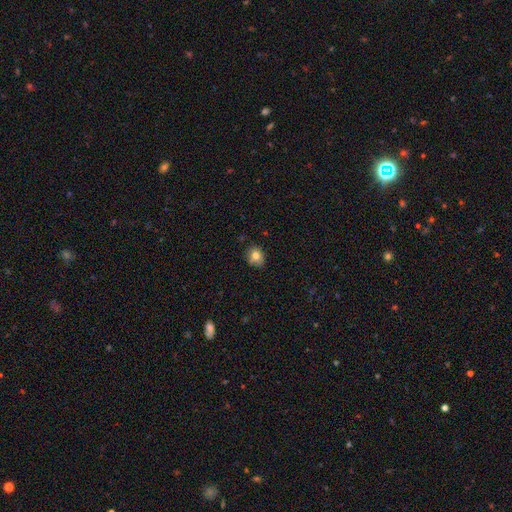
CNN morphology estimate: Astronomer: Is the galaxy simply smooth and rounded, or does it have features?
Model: smooth — 77%.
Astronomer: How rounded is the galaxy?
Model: round — 65%.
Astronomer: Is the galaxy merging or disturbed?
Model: none — 70%.